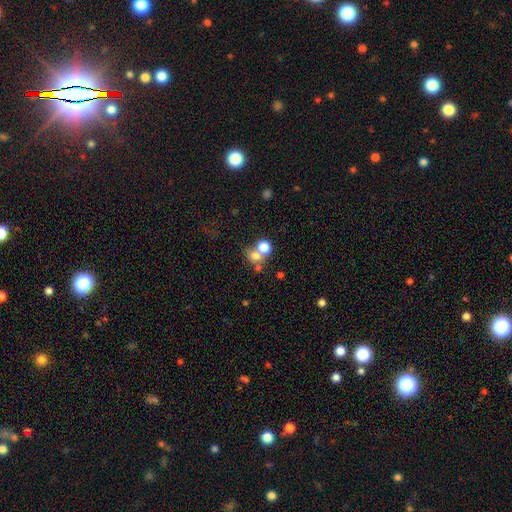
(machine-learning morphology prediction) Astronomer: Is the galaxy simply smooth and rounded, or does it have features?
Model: smooth — 70%.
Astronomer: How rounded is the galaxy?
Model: round — 74%.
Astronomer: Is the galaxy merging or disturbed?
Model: merger — 48% (runner-up: none, 40%).